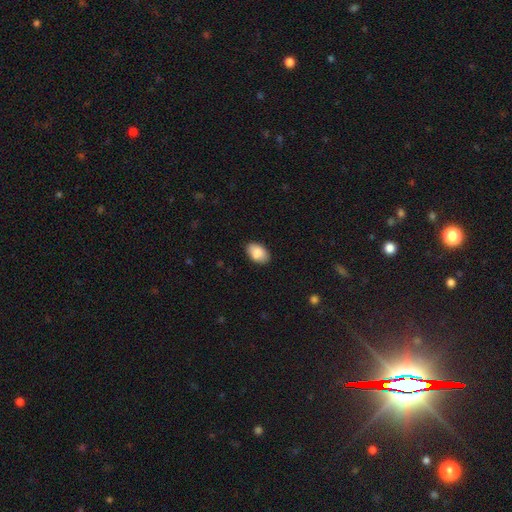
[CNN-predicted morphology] Smooth or featured: smooth — 88% (star or artifact — 7%)
How rounded: in between — 92% (round — 7%)
Merging: none — 86% (minor disturbance — 11%)